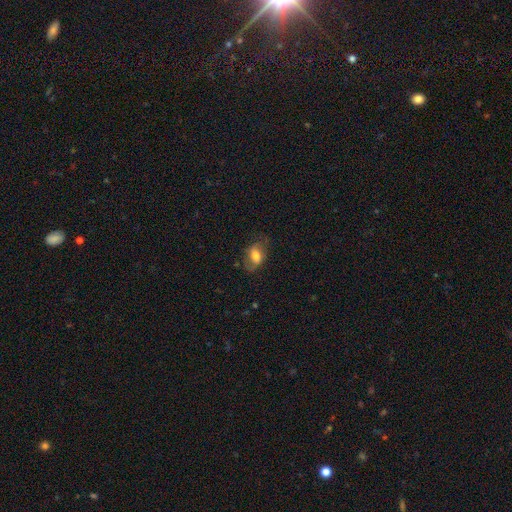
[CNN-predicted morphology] smooth 53%, featured or disk 39%, star or artifact 8%. Down the decision tree: how rounded — in between (84%); merging — none (62%).